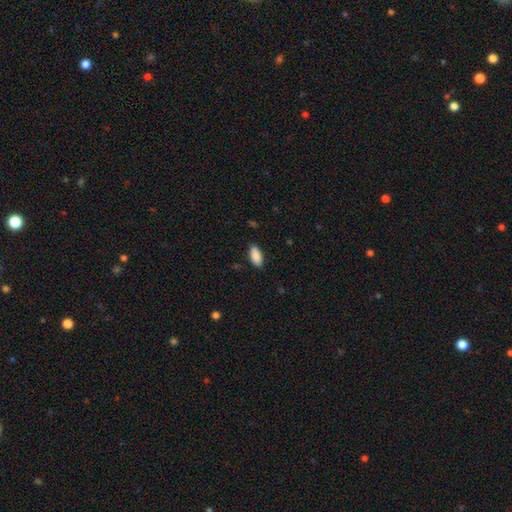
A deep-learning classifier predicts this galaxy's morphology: A smooth galaxy with no disk features (90%) that is in between round and cigar-shaped (91%).

Vote fractions:
- Smooth or featured? smooth: 90% / star or artifact: 6% / featured or disk: 4%
- How rounded? in between: 91% / cigar-shaped: 7% / round: 2%
- Merging? none: 86% / minor disturbance: 11% / major disturbance: 2% / merger: 1%